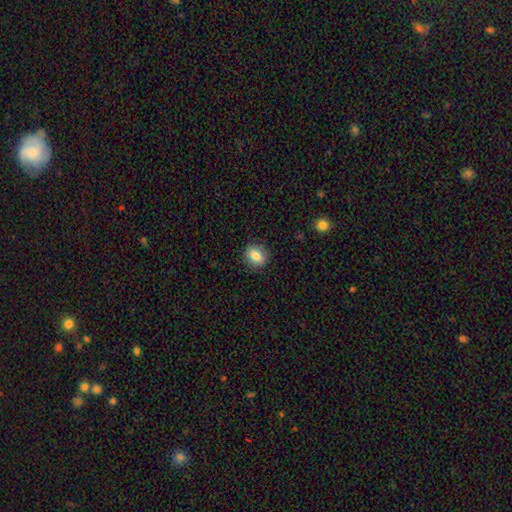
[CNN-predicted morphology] smooth_or_featured: smooth (p=0.82) [alt: star or artifact p=0.09]
how_rounded: round (p=0.62) [alt: in between p=0.37]
merging: none (p=0.89) [alt: minor disturbance p=0.08]